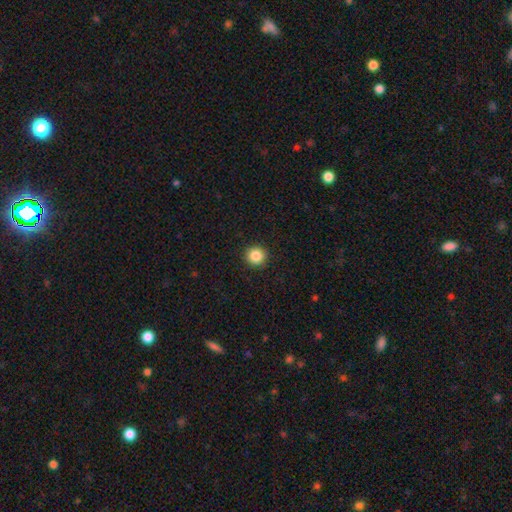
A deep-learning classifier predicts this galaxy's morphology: This is clearly a smooth galaxy (86%). How rounded: clearly round (95%). Merging: clearly none (93%).